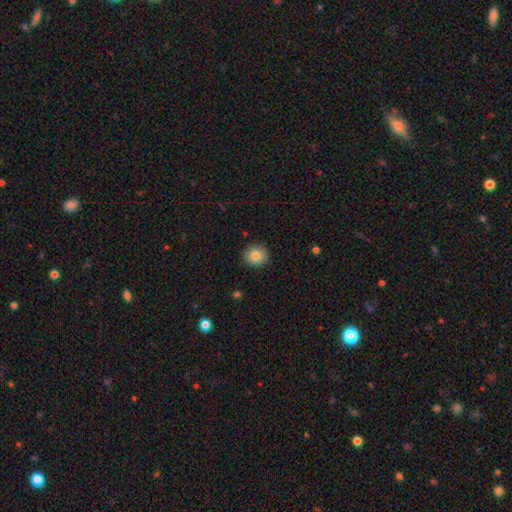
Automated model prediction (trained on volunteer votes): smooth-or-featured: smooth: 83% | star or artifact: 9% | featured or disk: 8%
  how-rounded: round: 89% | in between: 10% | cigar-shaped: 1%
  merging: none: 89% | minor disturbance: 8% | major disturbance: 2% | merger: 1%